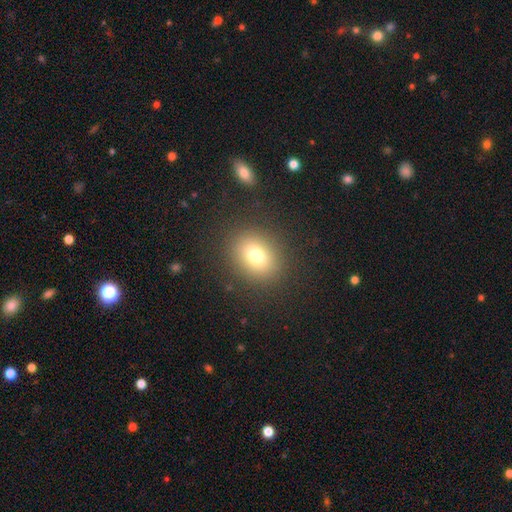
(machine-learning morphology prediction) This appears to be a smooth galaxy with no disk features (76%) that is round (58%). Merging: none (87%).